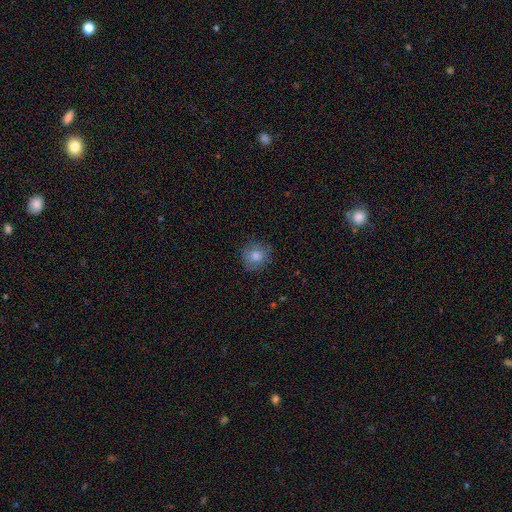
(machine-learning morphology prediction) smooth_or_featured: smooth (p=0.78) [alt: star or artifact p=0.12]
how_rounded: round (p=0.90) [alt: in between p=0.09]
merging: none (p=0.84) [alt: minor disturbance p=0.12]